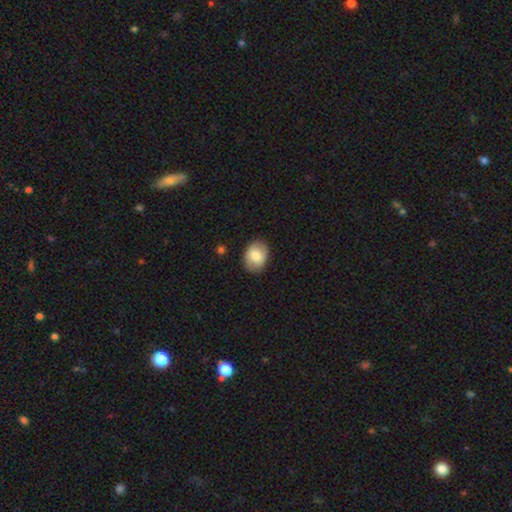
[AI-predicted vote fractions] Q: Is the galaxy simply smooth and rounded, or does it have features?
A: smooth — 78%.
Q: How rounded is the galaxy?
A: in between — 72%.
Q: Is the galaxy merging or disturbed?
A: none — 86%.